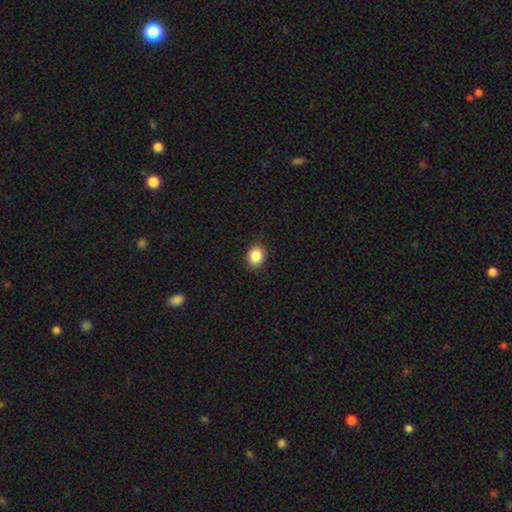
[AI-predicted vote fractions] This is clearly a smooth galaxy (87%). How rounded: likely round (62%). Merging: clearly none (89%).